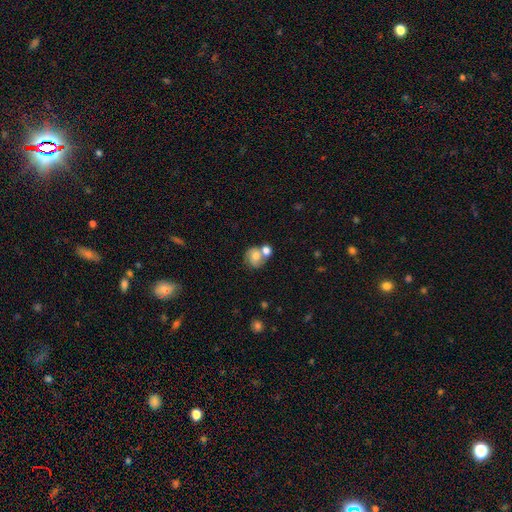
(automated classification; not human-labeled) Q: Smooth or featured?
A: smooth (52%); runner-up: featured or disk (39%)
Q: How rounded?
A: round (73%); runner-up: in between (26%)
Q: Merging?
A: merger (43%); runner-up: none (38%)